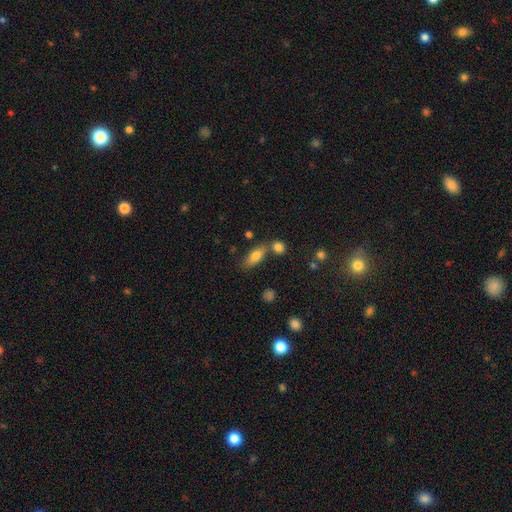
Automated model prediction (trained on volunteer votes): A smooth galaxy with no disk features (74%) that is in between round and cigar-shaped (69%). Merging: none (64%).